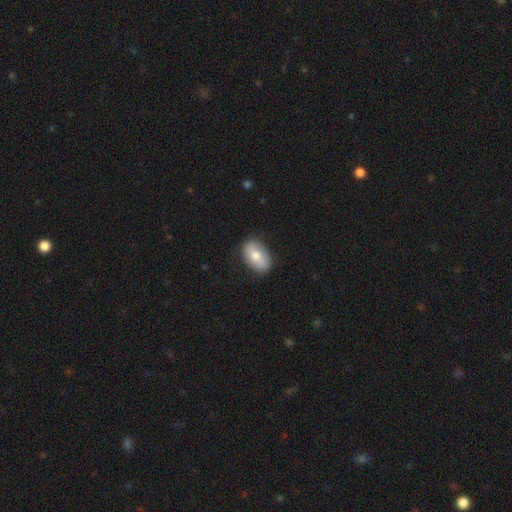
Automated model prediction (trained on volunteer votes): This appears to be a smooth galaxy with no disk features (72%) that is in between round and cigar-shaped (89%). Merging: none (84%).